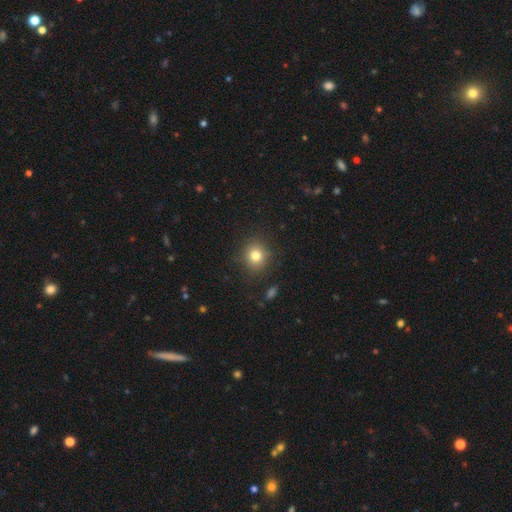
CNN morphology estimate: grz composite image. It shows a smooth galaxy with no disk features (80%) that is round (82%). Merging: none (86%).